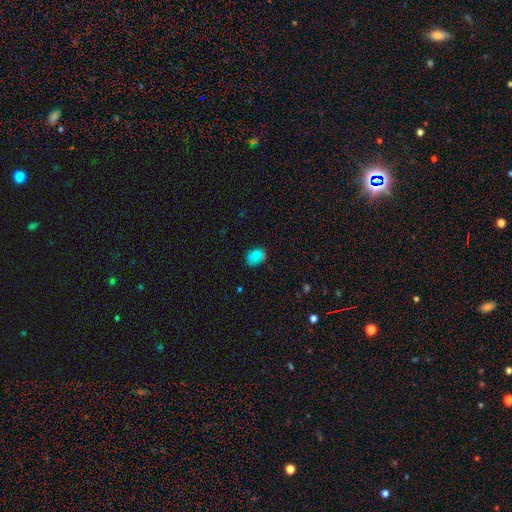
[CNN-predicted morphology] The model was most divided on "merging": none: 65%, minor disturbance: 23%, major disturbance: 6%, merger: 6%. More confident: smooth or featured — smooth (78%); how rounded — in between (74%).